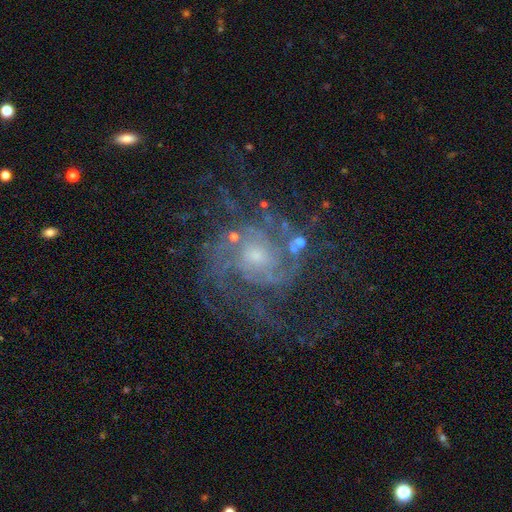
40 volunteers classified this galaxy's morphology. Smooth or featured: featured or disk — 88% (smooth — 8%)
Edge-on disk: no — 100%
Bar: no — 77% (weak — 20%)
Spiral arms: yes — 83% (no — 17%)
Spiral winding: medium — 48% (tight — 41%)
Spiral arm count: 2 — 38% (can't tell — 24%)
Bulge size: small — 51% (moderate — 26%)
Merging: none — 47% (major disturbance — 34%)